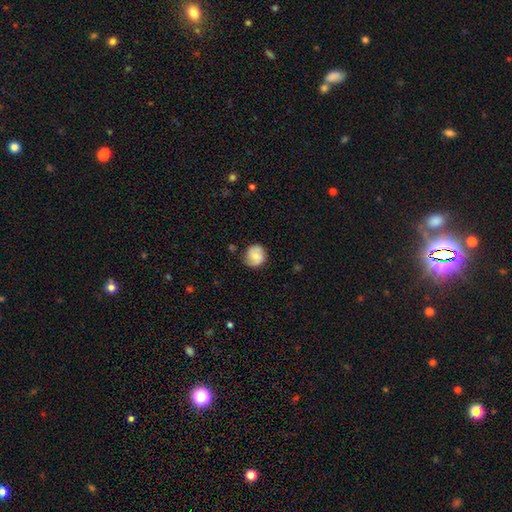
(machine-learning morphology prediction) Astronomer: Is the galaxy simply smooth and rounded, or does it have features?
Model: smooth — 55% (runner-up: featured or disk, 38%).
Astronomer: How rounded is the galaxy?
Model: round — 88%.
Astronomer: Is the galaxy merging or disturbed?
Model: none — 74%.